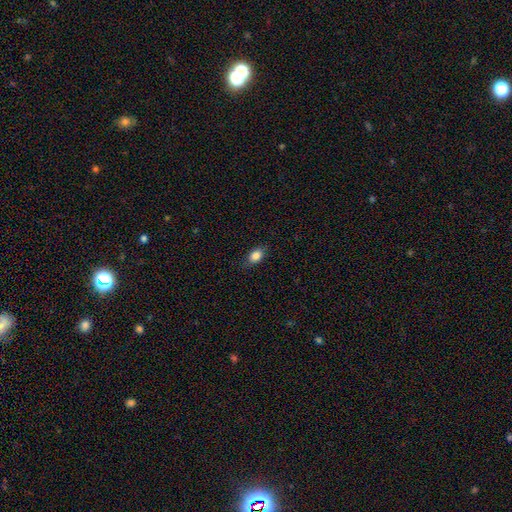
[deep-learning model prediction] This appears to be a smooth galaxy with no disk features (85%) that is in between round and cigar-shaped (82%). Merging: none (83%).